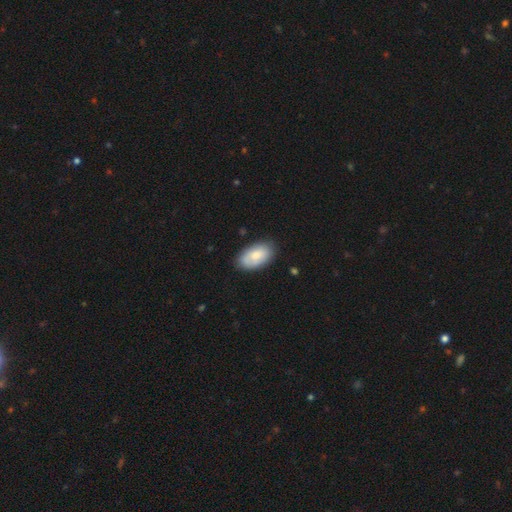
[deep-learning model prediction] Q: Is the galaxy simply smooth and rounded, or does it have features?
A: smooth — 77%.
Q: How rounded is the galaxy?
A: in between — 95%.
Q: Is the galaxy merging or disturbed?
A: none — 81%.